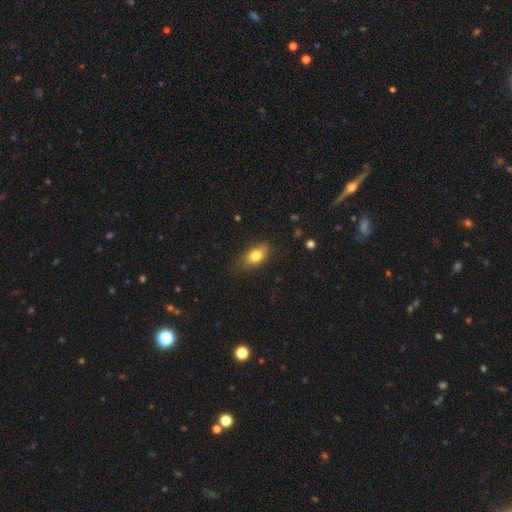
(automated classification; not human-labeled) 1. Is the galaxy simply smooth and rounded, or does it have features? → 80% smooth, 12% featured or disk, 8% star or artifact.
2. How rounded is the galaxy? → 84% in between, 12% round, 4% cigar-shaped.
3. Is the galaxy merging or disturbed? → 75% none, 19% minor disturbance, 5% major disturbance, 1% merger.